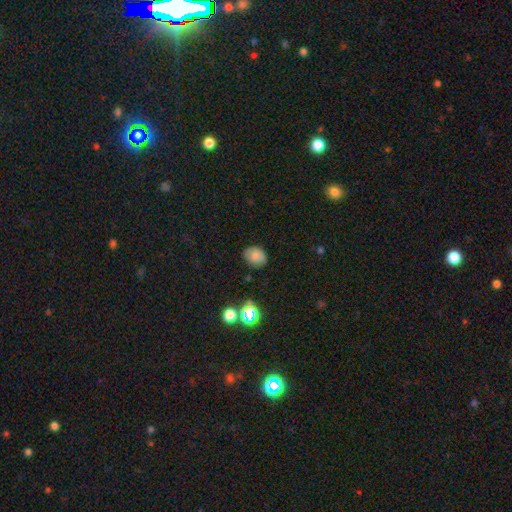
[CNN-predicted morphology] A smooth galaxy with no disk features (77%) that is round (50%).

Vote fractions:
- Smooth or featured? smooth: 77% / star or artifact: 12% / featured or disk: 11%
- How rounded? round: 50% / in between: 49% / cigar-shaped: 1%
- Merging? none: 80% / minor disturbance: 15% / major disturbance: 3% / merger: 2%